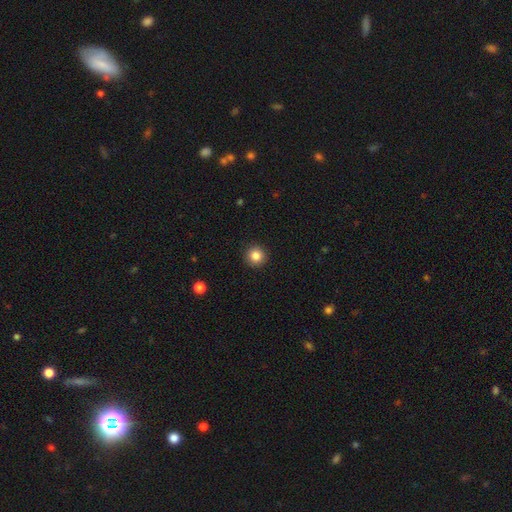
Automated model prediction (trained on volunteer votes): Smooth or featured?
  - smooth: 85% *
  - star or artifact: 10%
  - featured or disk: 5%
How rounded?
  - round: 95% *
  - in between: 4%
  - cigar-shaped: 1%
Merging?
  - none: 92% *
  - minor disturbance: 5%
  - major disturbance: 2%
  - merger: 1%